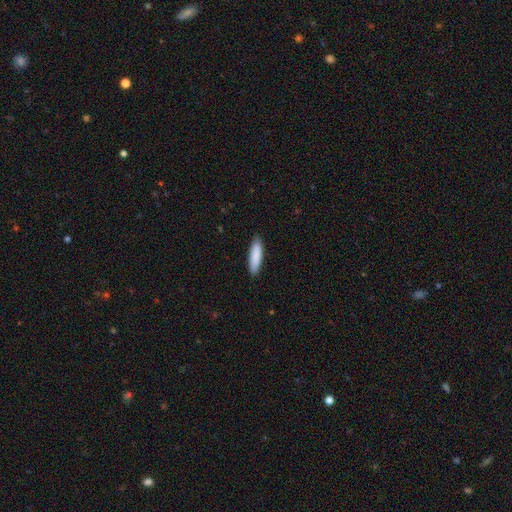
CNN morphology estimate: Smooth or featured? smooth (88%)
How rounded? cigar-shaped (65%)
Merging? none (89%)